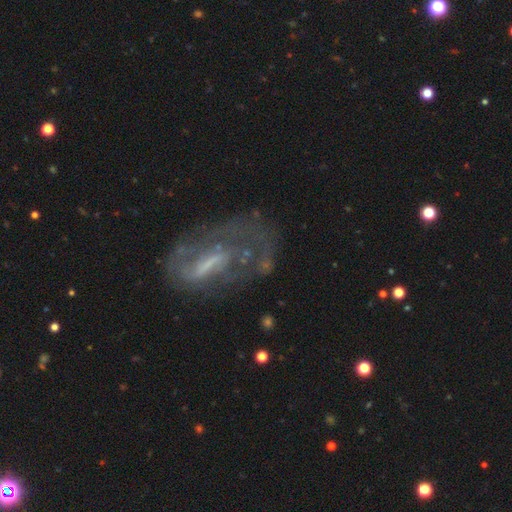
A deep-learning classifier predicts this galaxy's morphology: The model was most divided on "bulge size": small: 36%, none: 30%, moderate: 27%, large: 5%, dominant: 2%. Remaining: edge-on disk — no (90%); smooth or featured — featured or disk (63%); spiral arms — yes (63%); merging — none (50%); bar — weak (43%).